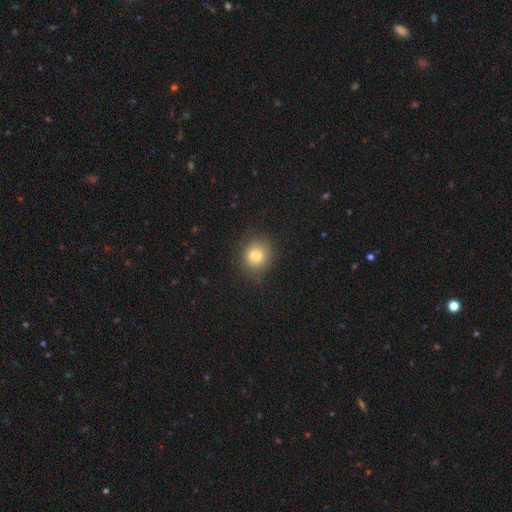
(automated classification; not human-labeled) This appears to be a smooth galaxy with no disk features (77%) that is round (64%). Merging: none (71%).